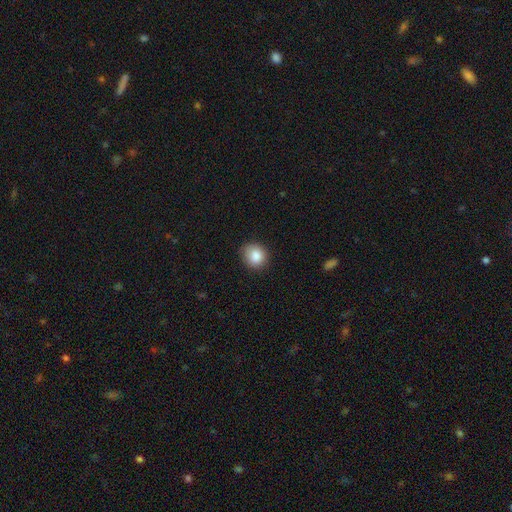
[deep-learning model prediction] A smooth galaxy with no disk features (86%) that is round (79%). Merging: none (82%).